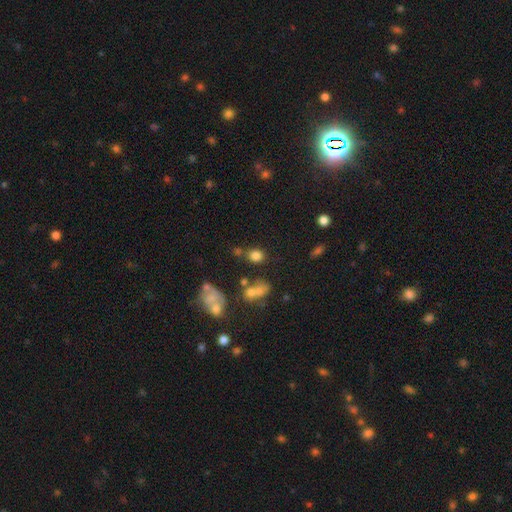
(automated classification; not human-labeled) smooth-or-featured: smooth: 77% | star or artifact: 15% | featured or disk: 8%
  how-rounded: round: 66% | in between: 32% | cigar-shaped: 2%
  merging: none: 63% | merger: 16% | minor disturbance: 14% | major disturbance: 6%